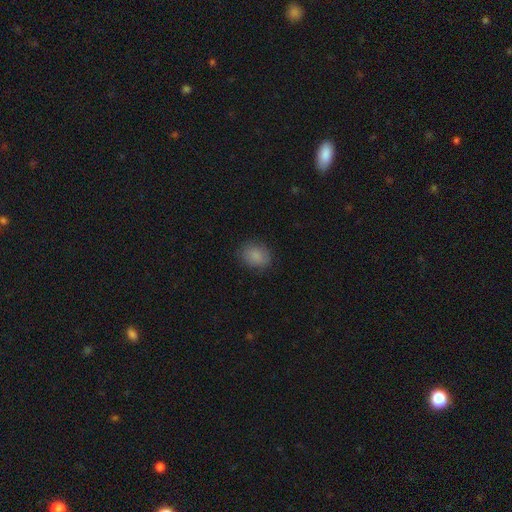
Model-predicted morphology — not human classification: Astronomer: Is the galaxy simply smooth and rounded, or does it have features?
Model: smooth — 86%.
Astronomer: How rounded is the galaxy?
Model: round — 50% (runner-up: in between, 49%).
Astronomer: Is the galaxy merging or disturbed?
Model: none — 83%.